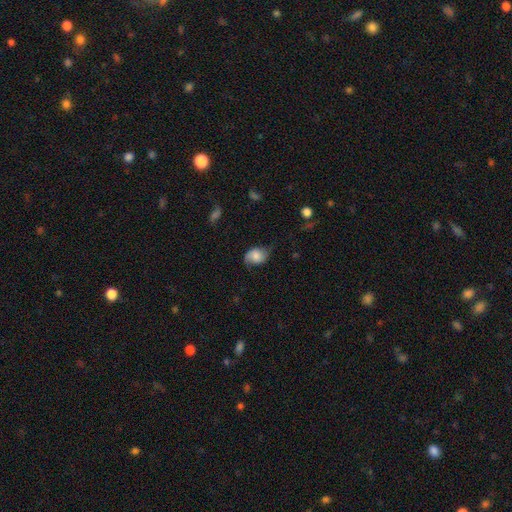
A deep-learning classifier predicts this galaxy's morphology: This appears to be a smooth galaxy with no disk features (64%) that is in between round and cigar-shaped (67%). Merging: none (58%).